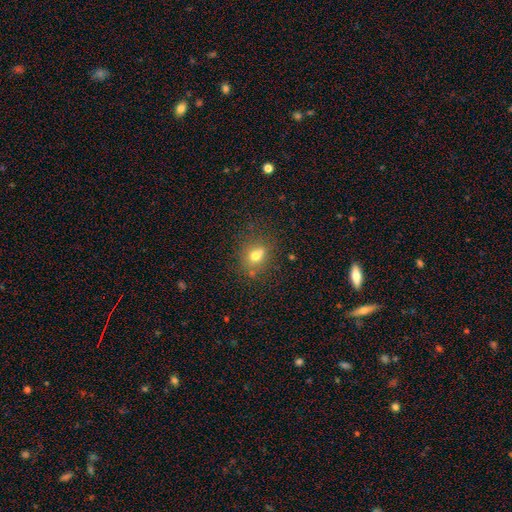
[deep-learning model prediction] smooth_or_featured: smooth (p=0.69) [alt: featured or disk p=0.16]
how_rounded: round (p=0.59) [alt: in between p=0.40]
merging: none (p=0.66) [alt: minor disturbance p=0.17]